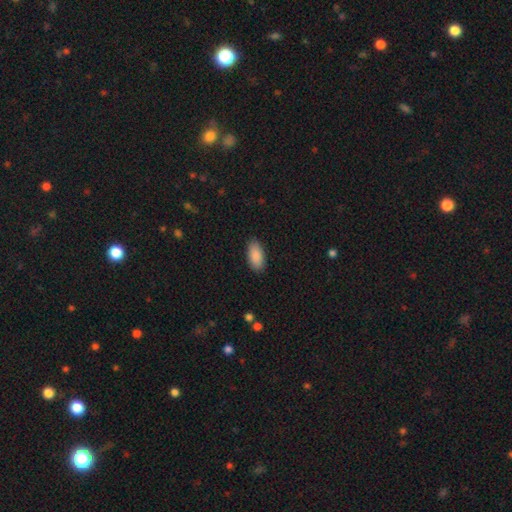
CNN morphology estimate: type=smooth (90%); roundness=in between (93%); merging=none (87%).